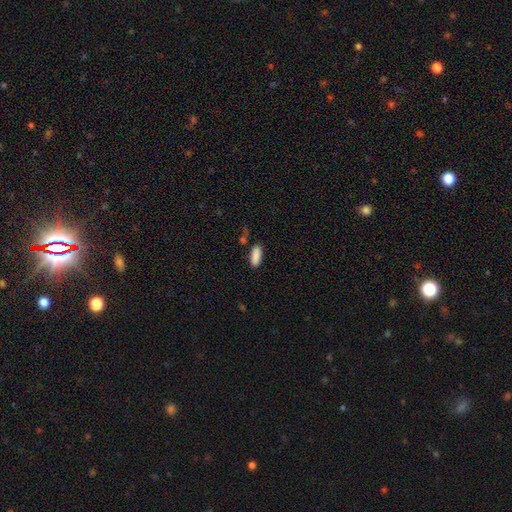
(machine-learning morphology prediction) Q: Smooth or featured?
A: smooth (89%); runner-up: star or artifact (7%)
Q: How rounded?
A: in between (75%); runner-up: cigar-shaped (23%)
Q: Merging?
A: none (81%); runner-up: minor disturbance (12%)